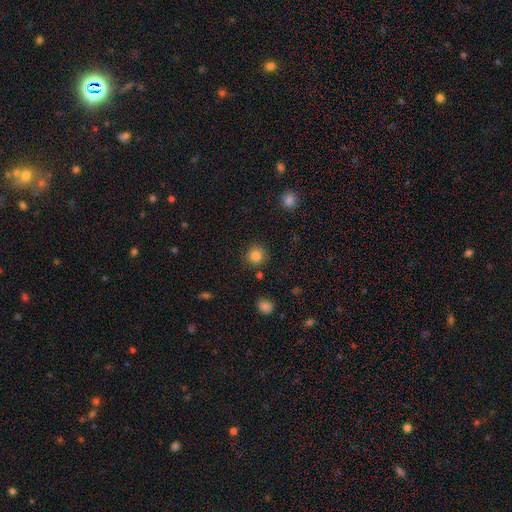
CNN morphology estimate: Q: Smooth or featured?
A: smooth (84%); runner-up: star or artifact (12%)
Q: How rounded?
A: round (93%); runner-up: in between (6%)
Q: Merging?
A: none (86%); runner-up: minor disturbance (8%)